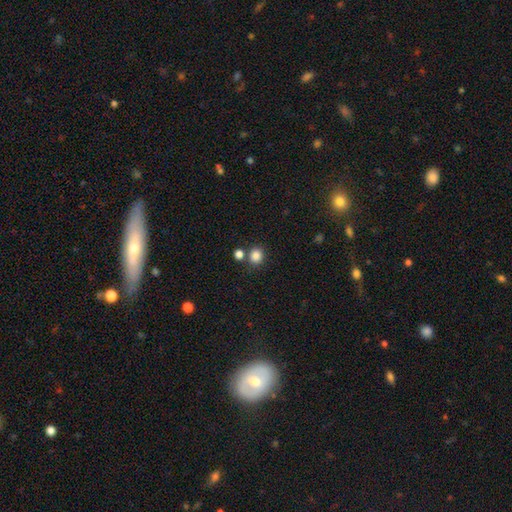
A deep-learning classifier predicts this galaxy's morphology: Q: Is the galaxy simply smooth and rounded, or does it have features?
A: smooth — 85%.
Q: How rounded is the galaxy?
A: round — 79%.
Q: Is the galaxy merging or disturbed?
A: none — 73%.